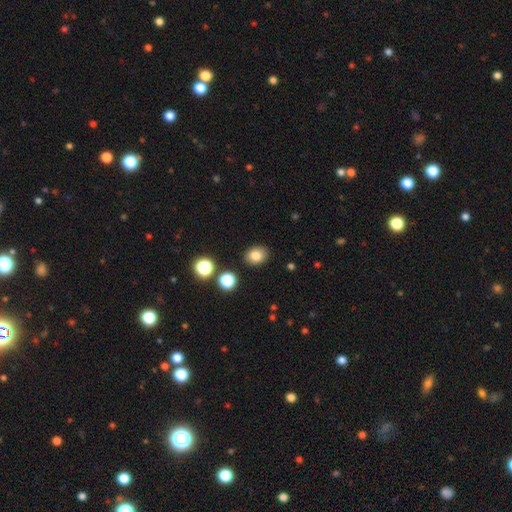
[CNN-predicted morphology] Smooth or featured? smooth (82%)
How rounded? in between (50%)
Merging? none (87%)